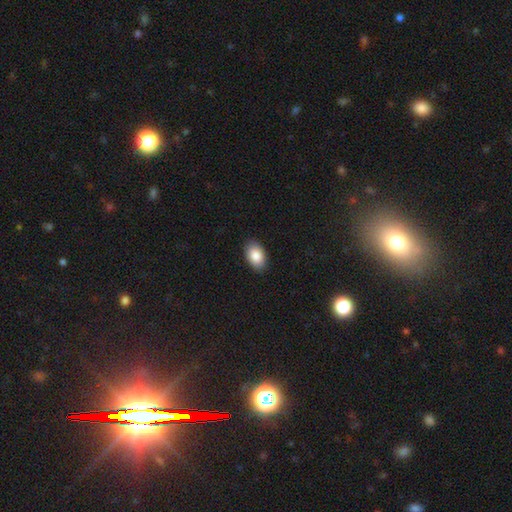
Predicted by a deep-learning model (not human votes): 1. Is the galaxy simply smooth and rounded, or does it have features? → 87% smooth, 7% star or artifact, 6% featured or disk.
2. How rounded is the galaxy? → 91% in between, 8% round, 1% cigar-shaped.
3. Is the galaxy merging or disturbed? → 89% none, 8% minor disturbance, 2% major disturbance, 1% merger.